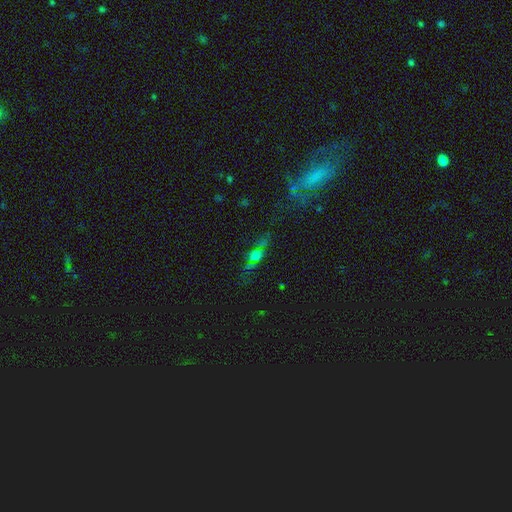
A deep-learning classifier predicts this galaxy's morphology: A star or artifact, not a galaxy (40%).